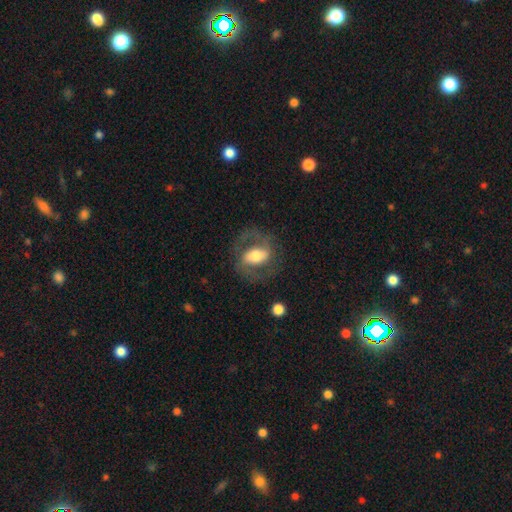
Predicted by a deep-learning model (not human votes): smooth-or-featured: featured or disk: 72% | smooth: 22% | star or artifact: 6%
  disk-edge-on: no: 95% | yes: 5%
    bar: strong: 45% | weak: 34% | no: 20%
    has-spiral-arms: yes: 83% | no: 17%
      spiral-winding: medium: 54% | tight: 24% | loose: 22%
      spiral-arm-count: 2: 88% | can't tell: 6% | 1: 3% | 3: 1% | 4: 1% | more than 4: 1%
    bulge-size: moderate: 55% | large: 26% | small: 13% | dominant: 3% | none: 2%
  merging: none: 73% | minor disturbance: 14% | major disturbance: 11% | merger: 2%